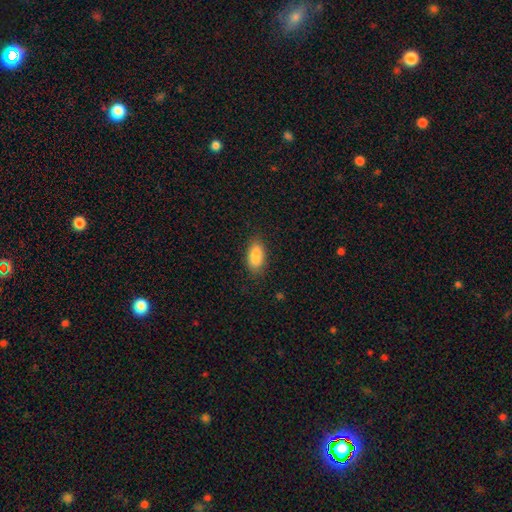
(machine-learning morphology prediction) Smooth or featured?
  - smooth: 86% *
  - star or artifact: 8%
  - featured or disk: 6%
How rounded?
  - in between: 86% *
  - cigar-shaped: 11%
  - round: 3%
Merging?
  - none: 76% *
  - minor disturbance: 17%
  - major disturbance: 4%
  - merger: 3%